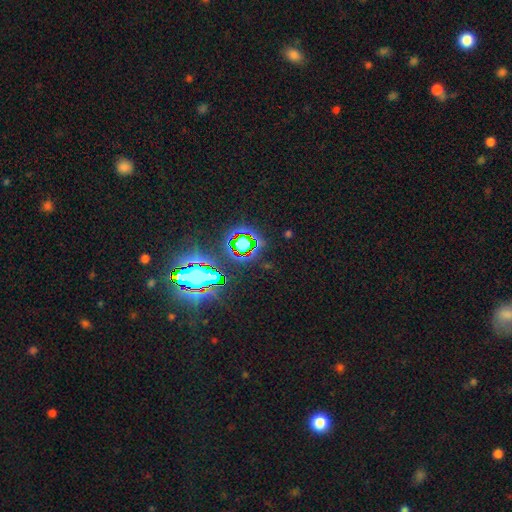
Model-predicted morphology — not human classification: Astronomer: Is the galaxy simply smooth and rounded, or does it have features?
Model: star or artifact — 82%.